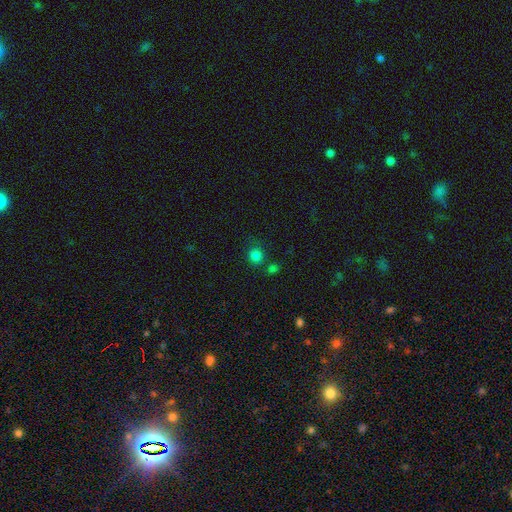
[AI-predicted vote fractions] The model was most divided on "merging": none: 73%, merger: 12%, minor disturbance: 10%, major disturbance: 4%. More confident: how rounded — round (88%); smooth or featured — smooth (80%).